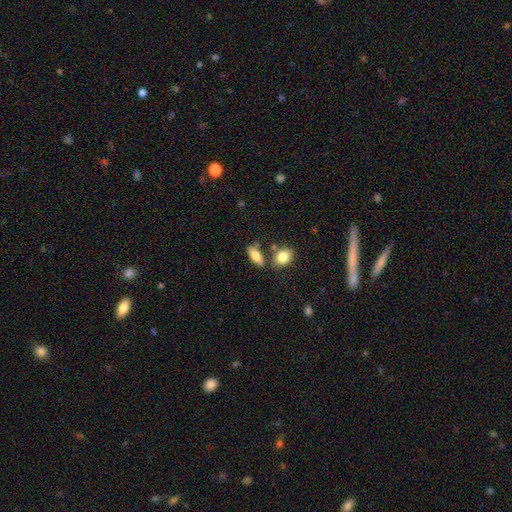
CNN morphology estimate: smooth-or-featured: smooth: 76% | featured or disk: 17% | star or artifact: 7%
  how-rounded: in between: 76% | cigar-shaped: 19% | round: 5%
  merging: none: 65% | merger: 16% | minor disturbance: 14% | major disturbance: 4%